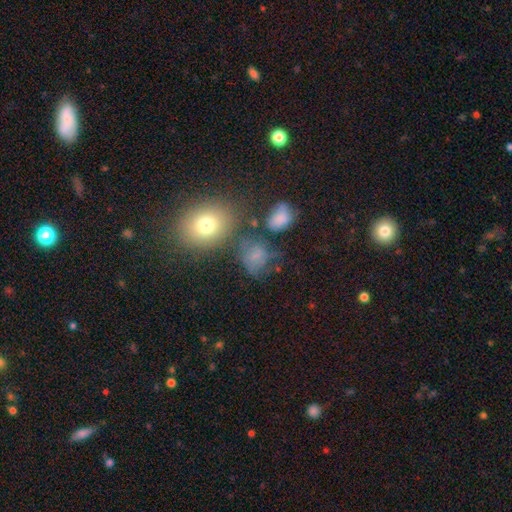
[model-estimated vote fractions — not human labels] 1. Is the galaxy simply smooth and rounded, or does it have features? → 61% smooth, 20% star or artifact, 18% featured or disk.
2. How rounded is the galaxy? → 54% round, 45% in between, 1% cigar-shaped.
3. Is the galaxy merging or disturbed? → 50% none, 22% minor disturbance, 16% major disturbance, 12% merger.